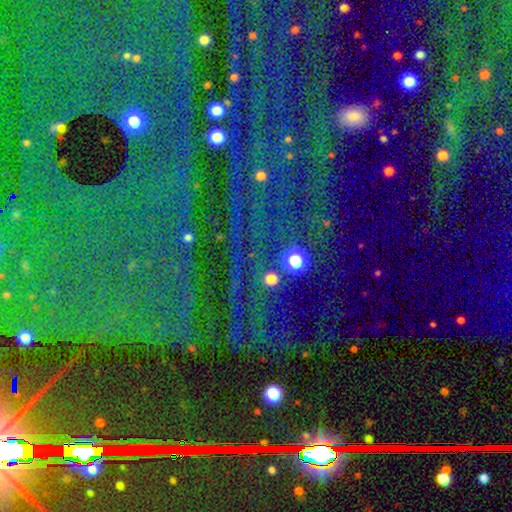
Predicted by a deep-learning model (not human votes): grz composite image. It shows a star or artifact, not a galaxy (84%).